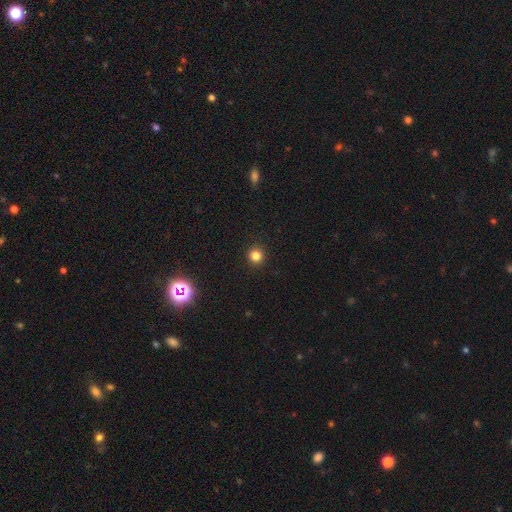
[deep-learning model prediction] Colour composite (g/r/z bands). It shows a smooth galaxy with no disk features (82%) that is round (94%). Merging: none (93%).